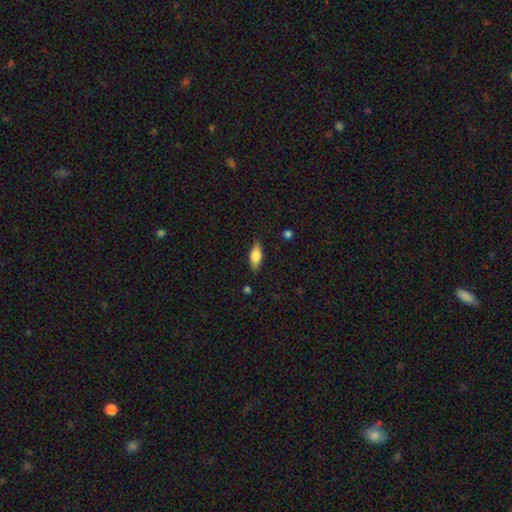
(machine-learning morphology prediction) Smooth or featured: smooth — 70% (featured or disk — 23%)
How rounded: in between — 77% (cigar-shaped — 19%)
Merging: none — 83% (minor disturbance — 13%)